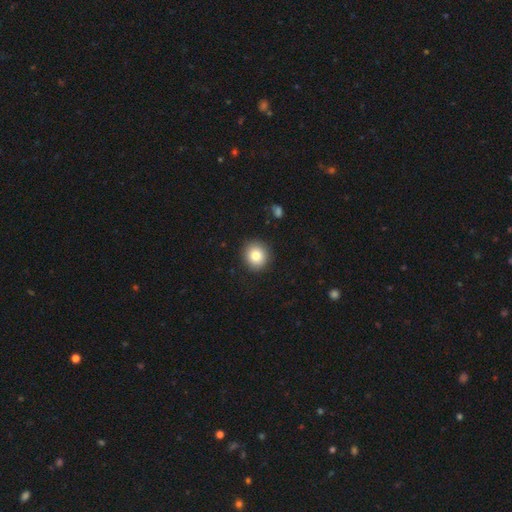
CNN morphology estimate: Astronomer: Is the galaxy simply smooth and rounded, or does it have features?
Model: smooth — 82%.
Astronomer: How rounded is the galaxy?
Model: round — 89%.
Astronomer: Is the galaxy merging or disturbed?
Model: none — 90%.